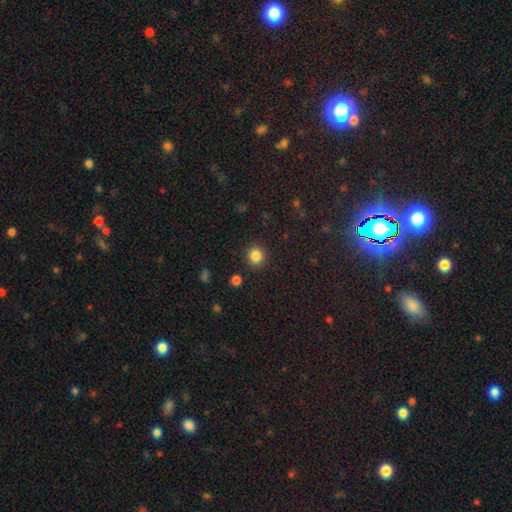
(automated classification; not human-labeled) This appears to be a smooth galaxy with no disk features (85%) that is round (89%). Merging: none (89%).